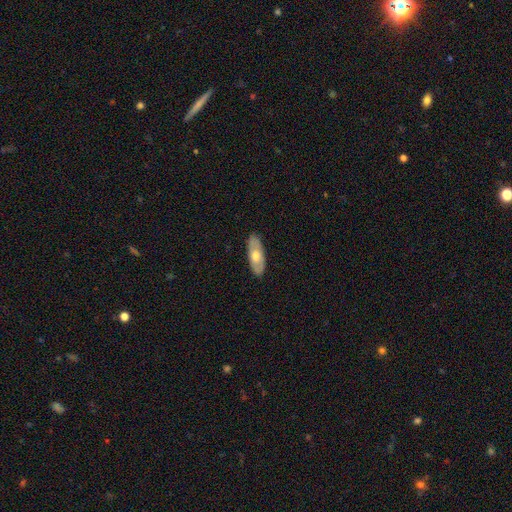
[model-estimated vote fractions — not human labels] Q: Smooth or featured?
A: smooth (57%); runner-up: featured or disk (37%)
Q: How rounded?
A: in between (78%); runner-up: cigar-shaped (19%)
Q: Merging?
A: none (87%); runner-up: minor disturbance (10%)